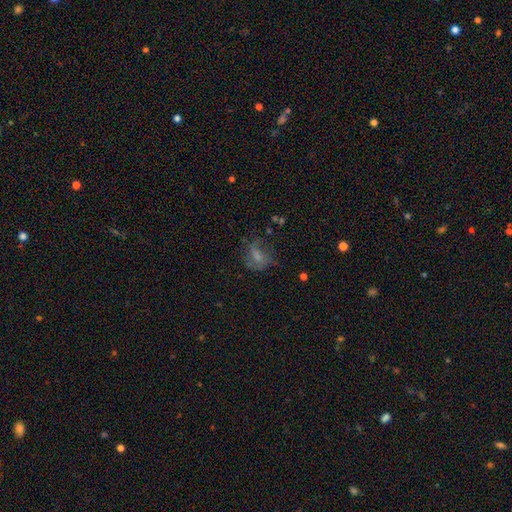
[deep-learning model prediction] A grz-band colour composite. It shows a featured or disk galaxy (42%). Merging: none (55%).